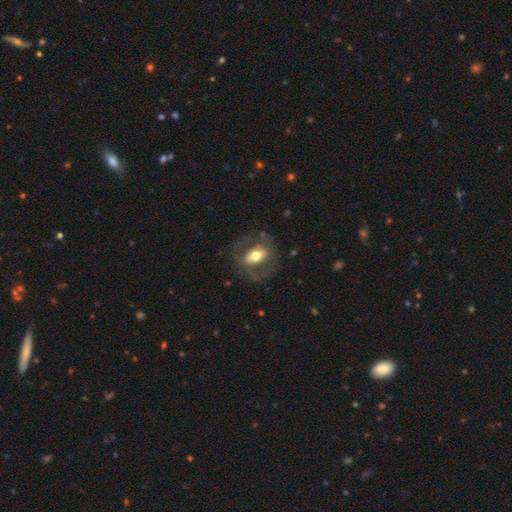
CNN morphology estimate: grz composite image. It shows a featured or disk galaxy (54%). Merging: none (71%).